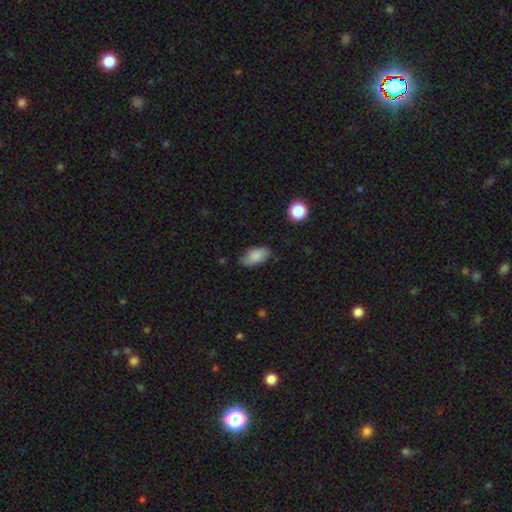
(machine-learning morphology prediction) smooth_or_featured: smooth (p=0.84) [alt: featured or disk p=0.08]
how_rounded: in between (p=0.92) [alt: round p=0.04]
merging: none (p=0.72) [alt: minor disturbance p=0.22]